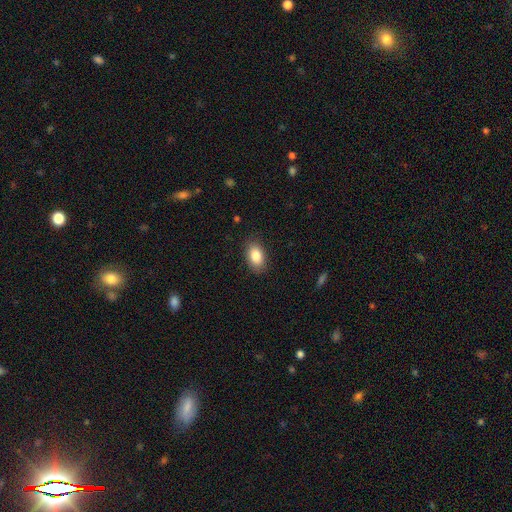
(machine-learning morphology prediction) The model was most divided on "merging": none: 87%, minor disturbance: 10%, major disturbance: 2%, merger: 1%. More confident: how rounded — in between (90%); smooth or featured — smooth (86%).